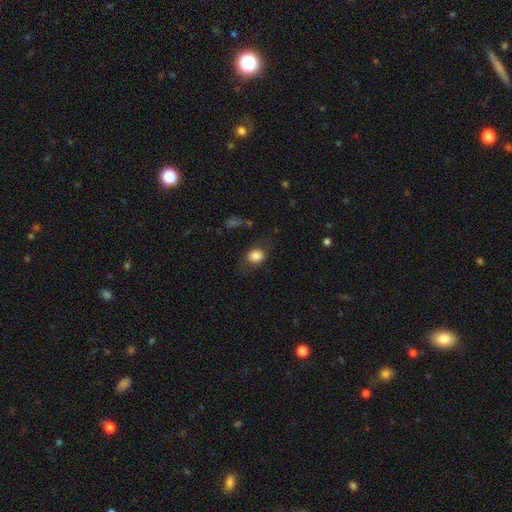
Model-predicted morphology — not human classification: smooth 83%, star or artifact 9%, featured or disk 8%. Down the decision tree: how rounded — round (50%); merging — none (71%).